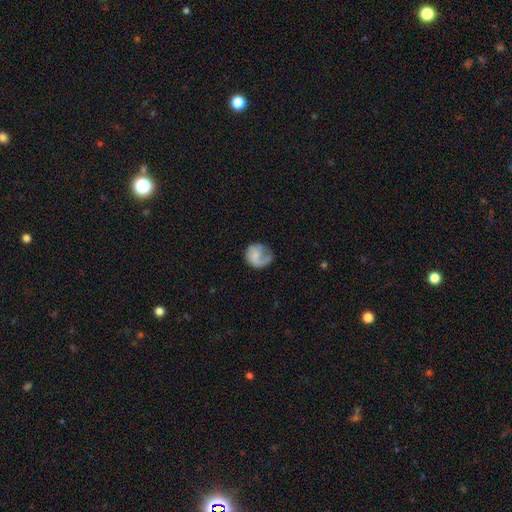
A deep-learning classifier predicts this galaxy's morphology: Smooth or featured: smooth — 49% (featured or disk — 44%)
Merging: none — 48% (major disturbance — 27%)